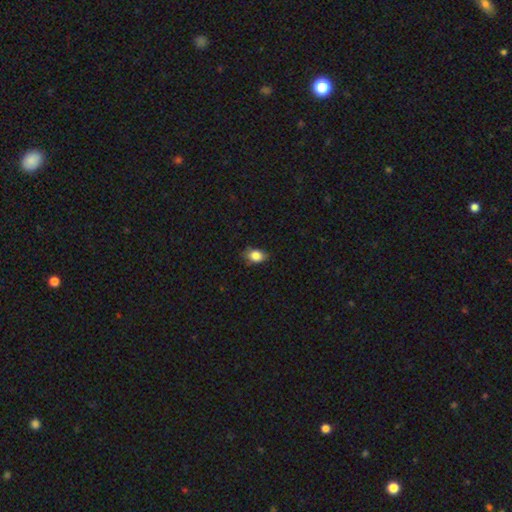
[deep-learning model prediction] Overall: smooth (85%). How rounded: in between (75%). Merging: none (72%).